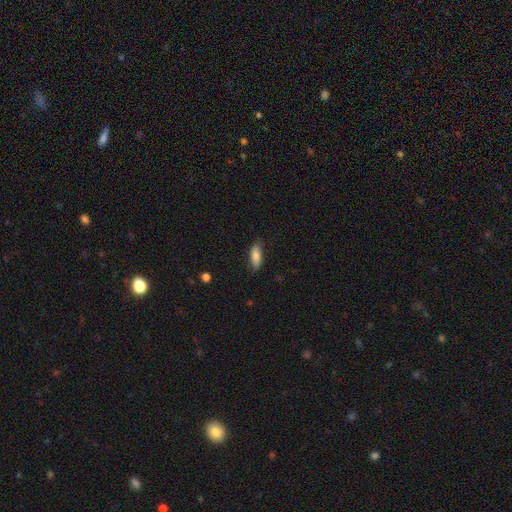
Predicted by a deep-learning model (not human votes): smooth 80%, featured or disk 14%, star or artifact 7%. Down the decision tree: how rounded — in between (67%); merging — none (81%).